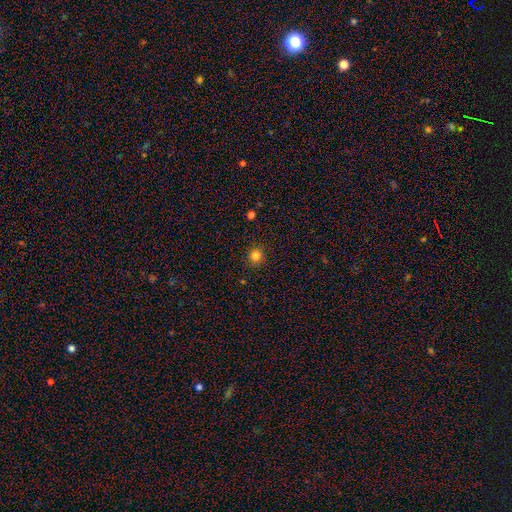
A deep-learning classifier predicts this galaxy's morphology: Smooth or featured: smooth — 83% (star or artifact — 13%)
How rounded: round — 87% (in between — 12%)
Merging: none — 89% (minor disturbance — 7%)